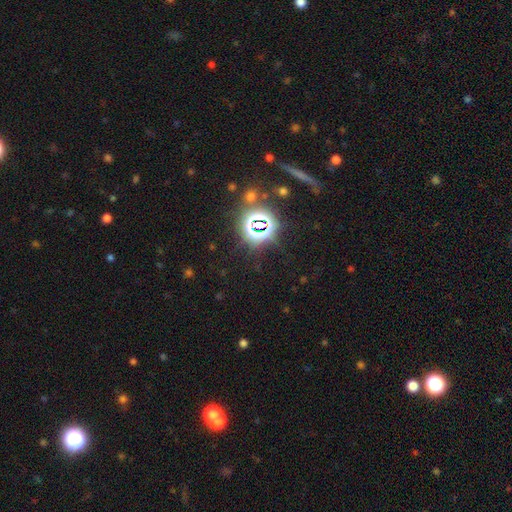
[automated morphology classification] This appears to be a star or artifact, not a galaxy (79%).